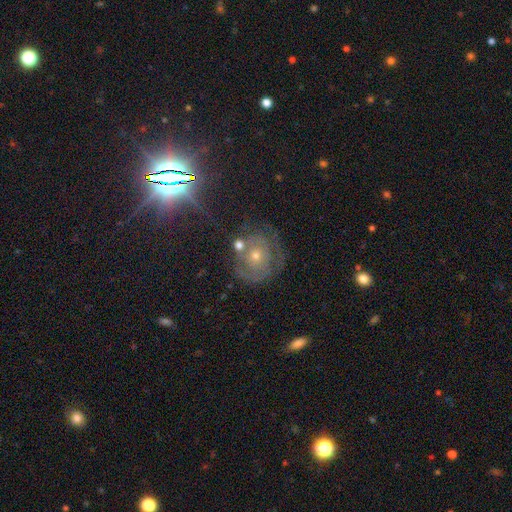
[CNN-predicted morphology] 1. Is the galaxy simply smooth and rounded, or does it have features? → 63% featured or disk, 21% star or artifact, 16% smooth.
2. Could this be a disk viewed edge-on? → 96% no, 4% yes.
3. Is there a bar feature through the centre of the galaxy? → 82% no, 14% weak, 4% strong.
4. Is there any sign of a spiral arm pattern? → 80% yes, 20% no.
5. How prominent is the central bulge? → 58% small, 37% moderate, 2% large, 2% none, 1% dominant.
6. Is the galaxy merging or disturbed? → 67% none, 17% minor disturbance, 10% major disturbance, 6% merger.